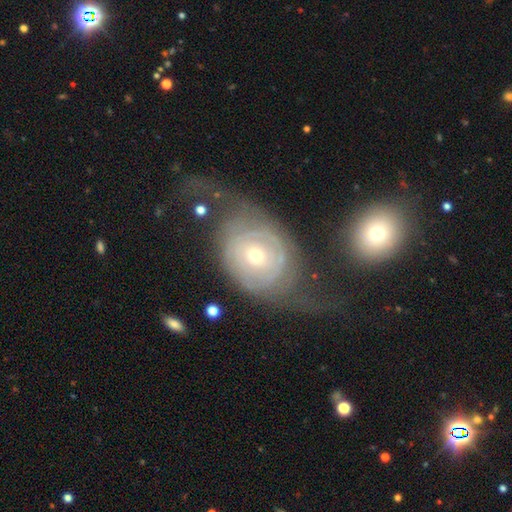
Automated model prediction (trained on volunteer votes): A featured or disk galaxy (74%) with no bar (82%), spiral arms (69%) and a moderate central bulge (56%). Merging: major disturbance (40%).